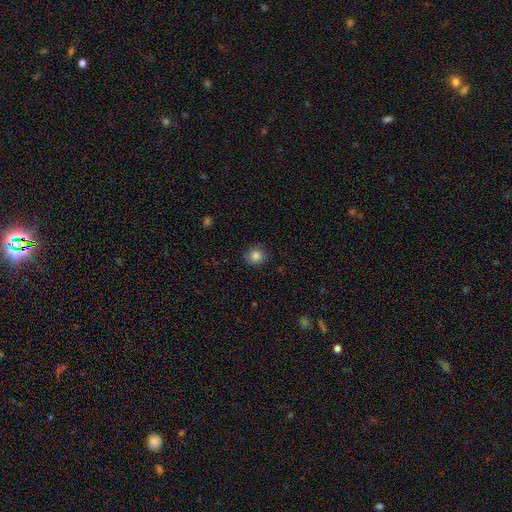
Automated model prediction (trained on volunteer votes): A smooth galaxy with no disk features (84%) that is round (87%). Merging: none (87%).